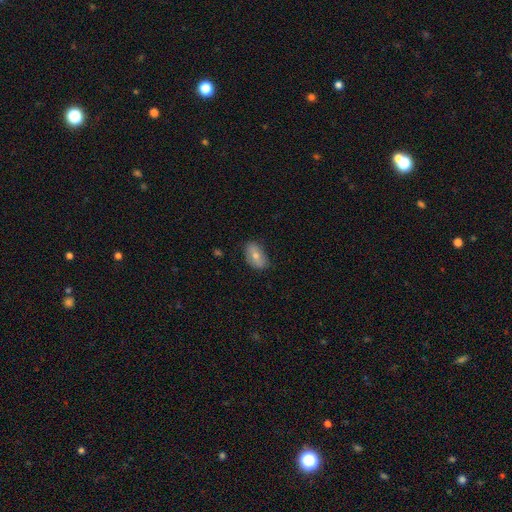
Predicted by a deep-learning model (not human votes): This is likely a smooth galaxy (69%). How rounded: clearly in between (90%). Merging: likely none (77%).